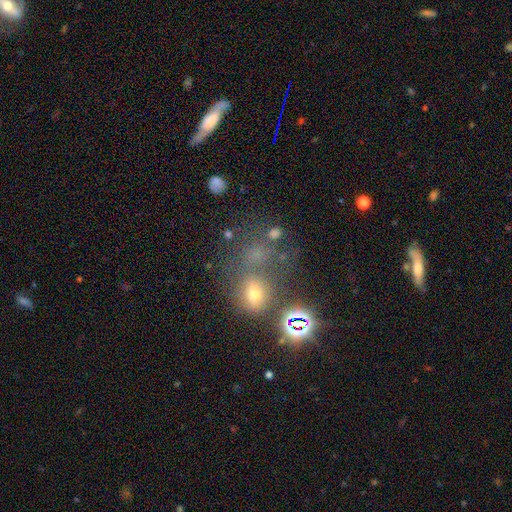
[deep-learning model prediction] Smooth or featured: smooth — 44% (star or artifact — 41%)
Merging: none — 47% (merger — 28%)